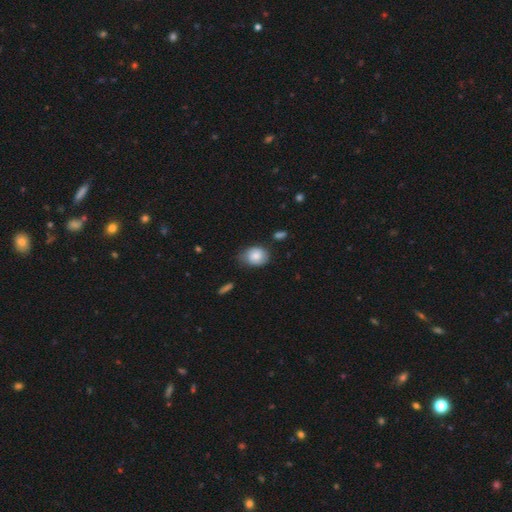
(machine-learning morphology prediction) Smooth or featured?
  - smooth: 75% *
  - featured or disk: 17%
  - star or artifact: 7%
How rounded?
  - in between: 56% *
  - round: 43%
  - cigar-shaped: 1%
Merging?
  - none: 64% *
  - minor disturbance: 27%
  - major disturbance: 6%
  - merger: 3%